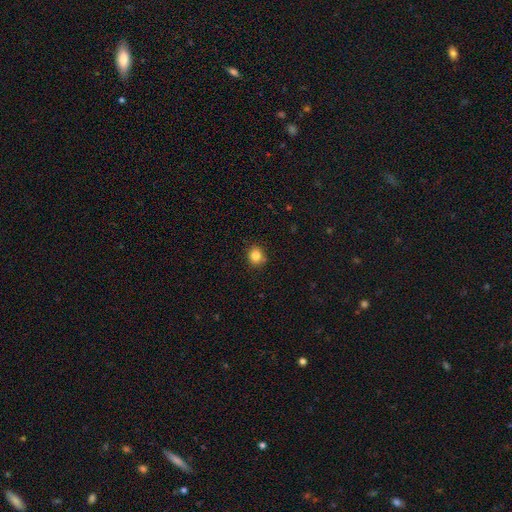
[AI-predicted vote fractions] Overall: smooth (84%). How rounded: round (82%). Merging: none (86%).